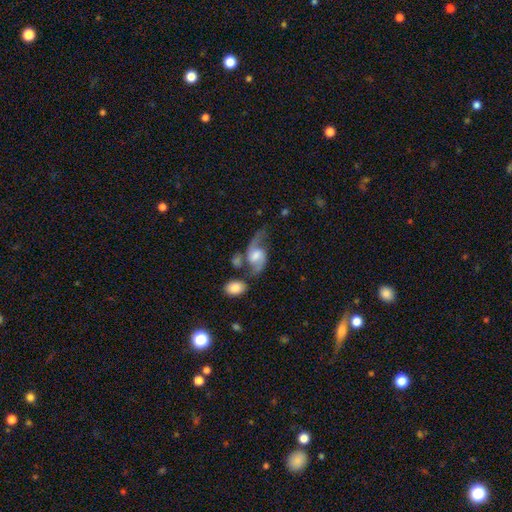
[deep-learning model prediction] featured or disk 77%, smooth 16%, star or artifact 7%. Down the decision tree: edge-on disk — no (96%); bar — weak (47%); spiral arms — yes (92%); spiral arm count — 2 (88%); spiral winding — loose (66%); bulge size — moderate (42%); merging — none (44%).